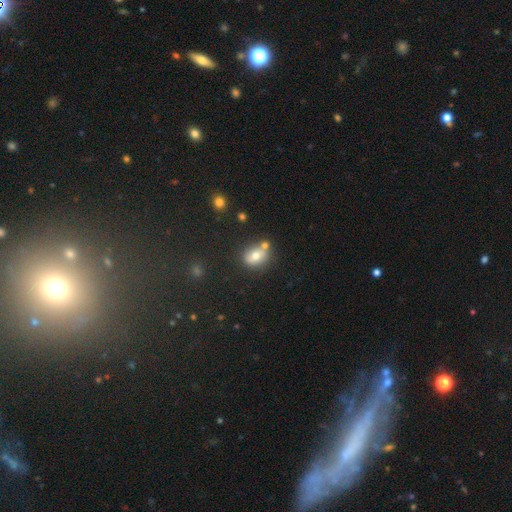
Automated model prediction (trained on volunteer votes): smooth 68%, featured or disk 20%, star or artifact 12%. Down the decision tree: how rounded — in between (54%); merging — none (57%).